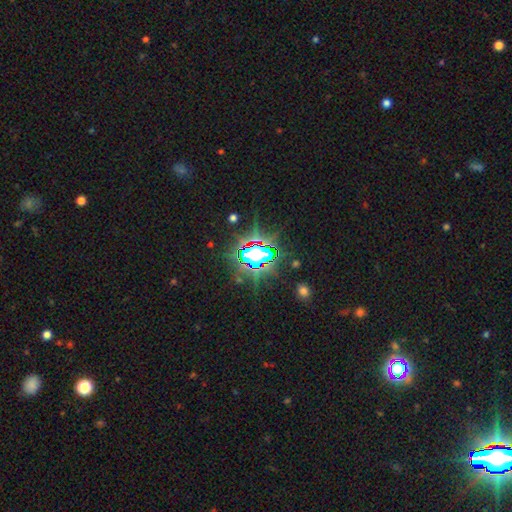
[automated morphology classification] A star or artifact, not a galaxy (75%).

Vote fractions:
- Smooth or featured? star or artifact: 75% / smooth: 14% / featured or disk: 12%